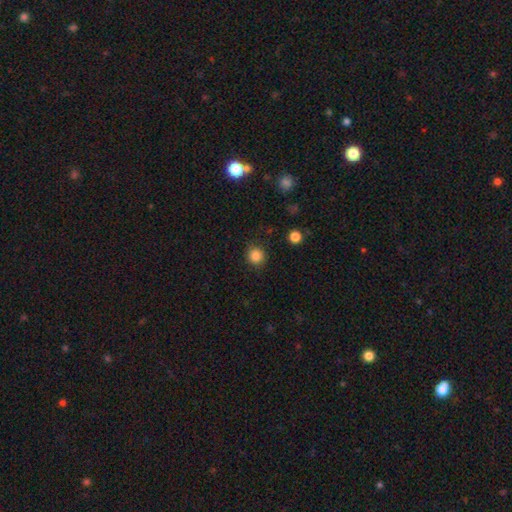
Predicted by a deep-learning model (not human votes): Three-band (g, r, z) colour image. It shows a smooth galaxy with no disk features (85%) that is round (91%). Merging: none (88%).